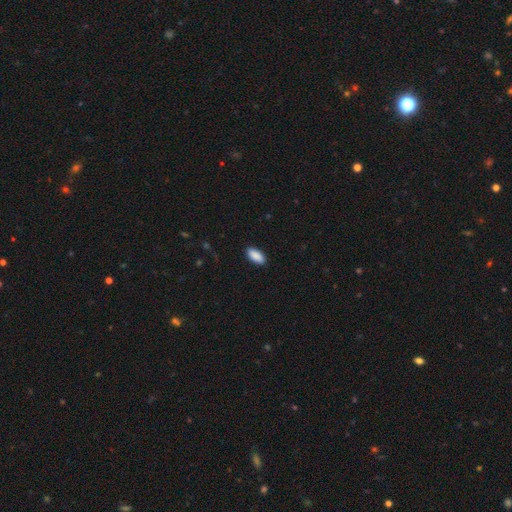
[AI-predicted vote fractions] This is clearly a smooth galaxy (91%). How rounded: clearly in between (91%). Merging: clearly none (90%).